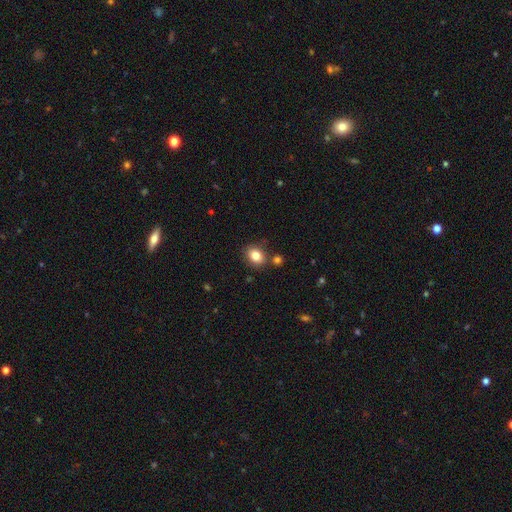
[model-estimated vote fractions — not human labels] The model was most divided on "how rounded": in between: 55%, round: 45%, cigar-shaped: 1%. More confident: smooth or featured — smooth (83%); merging — none (78%).